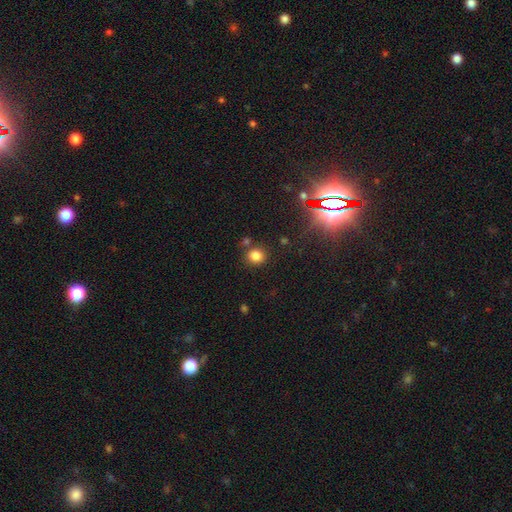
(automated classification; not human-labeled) smooth-or-featured: smooth: 80% | star or artifact: 15% | featured or disk: 5%
  how-rounded: round: 82% | in between: 17% | cigar-shaped: 1%
  merging: none: 78% | minor disturbance: 9% | merger: 9% | major disturbance: 3%